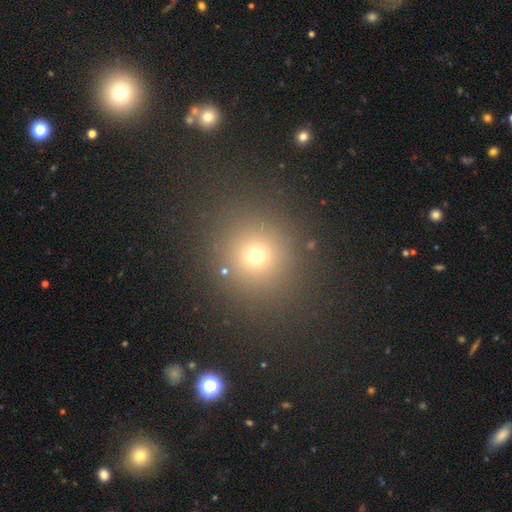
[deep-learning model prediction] Smooth or featured?
  - smooth: 68% *
  - star or artifact: 23%
  - featured or disk: 9%
How rounded?
  - round: 87% *
  - in between: 12%
  - cigar-shaped: 1%
Merging?
  - none: 85% *
  - minor disturbance: 8%
  - major disturbance: 4%
  - merger: 3%